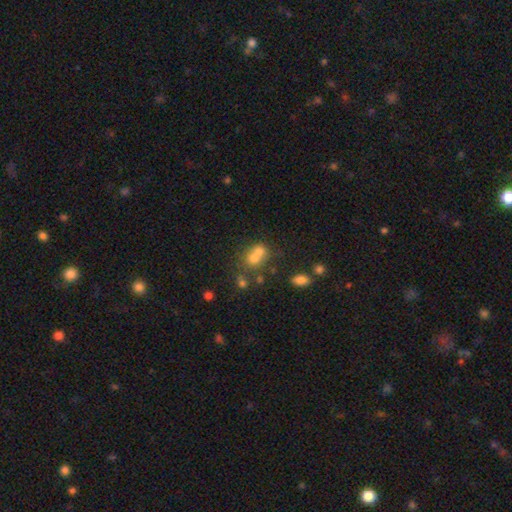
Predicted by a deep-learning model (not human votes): A smooth galaxy with no disk features (65%) that is round (67%).

Vote fractions:
- Smooth or featured? smooth: 65% / featured or disk: 20% / star or artifact: 15%
- How rounded? round: 67% / in between: 31% / cigar-shaped: 1%
- Merging? merger: 61% / none: 28% / minor disturbance: 7% / major disturbance: 4%